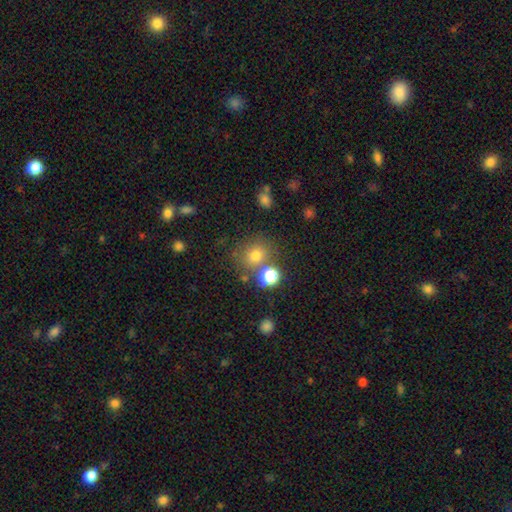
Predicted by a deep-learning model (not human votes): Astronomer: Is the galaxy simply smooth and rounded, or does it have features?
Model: smooth — 74%.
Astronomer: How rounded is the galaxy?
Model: round — 81%.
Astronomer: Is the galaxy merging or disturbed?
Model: none — 71%.